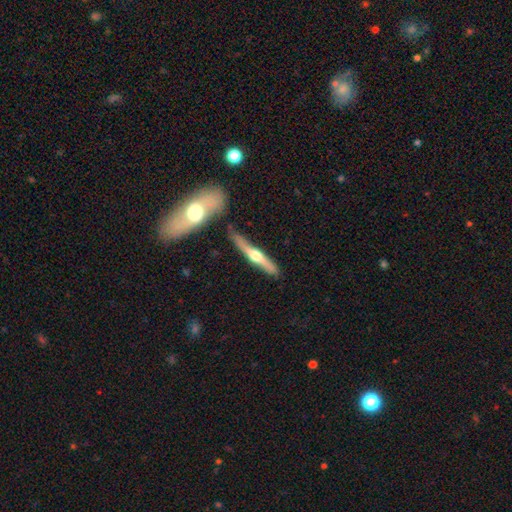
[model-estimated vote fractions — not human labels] This appears to be a featured or disk galaxy (68%) viewed edge-on (96%) with a rounded central bulge (93%). Merging: none (77%).